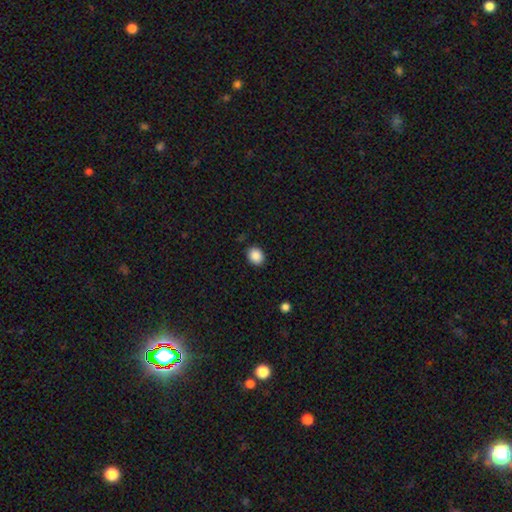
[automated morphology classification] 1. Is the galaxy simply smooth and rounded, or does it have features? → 88% smooth, 9% star or artifact, 3% featured or disk.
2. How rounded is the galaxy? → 57% round, 42% in between, 1% cigar-shaped.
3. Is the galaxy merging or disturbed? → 89% none, 8% minor disturbance, 2% major disturbance, 1% merger.